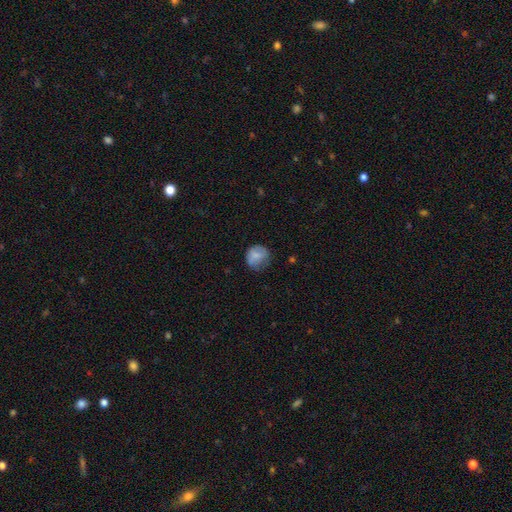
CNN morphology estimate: Smooth or featured?
  - smooth: 73% *
  - featured or disk: 18%
  - star or artifact: 9%
How rounded?
  - round: 77% *
  - in between: 22%
  - cigar-shaped: 1%
Merging?
  - none: 59% *
  - minor disturbance: 29%
  - major disturbance: 11%
  - merger: 2%